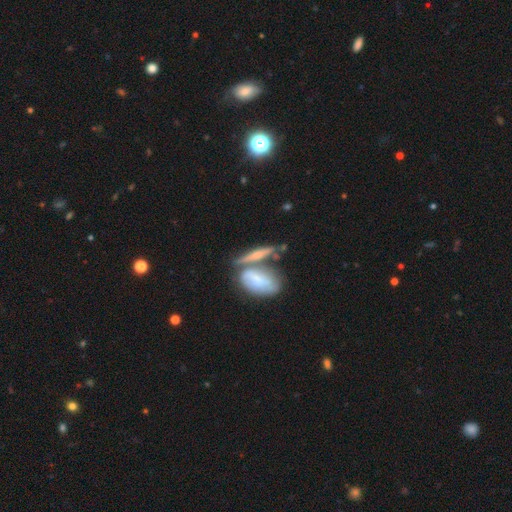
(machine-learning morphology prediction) featured or disk 50%, smooth 39%, star or artifact 10%. Down the decision tree: edge-on disk — no (56%); merging — merger (47%).